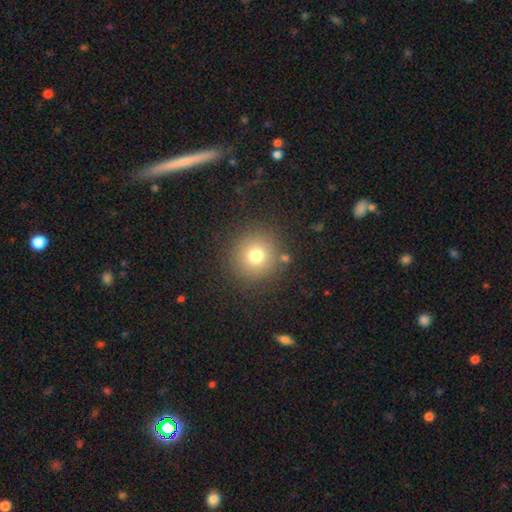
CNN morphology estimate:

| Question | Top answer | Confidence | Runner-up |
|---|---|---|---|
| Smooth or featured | smooth | 75% | star or artifact (14%) |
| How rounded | round | 94% | in between (5%) |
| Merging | none | 86% | minor disturbance (8%) |